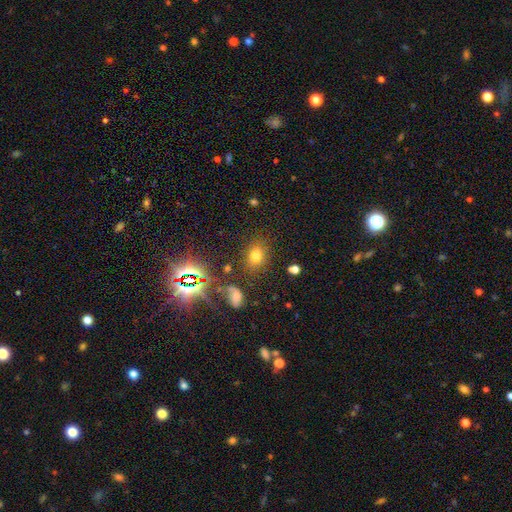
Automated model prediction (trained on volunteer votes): Smooth or featured? Predicted: smooth (p=0.67). How rounded? Predicted: in between (p=0.51). Merging? Predicted: none (p=0.79).